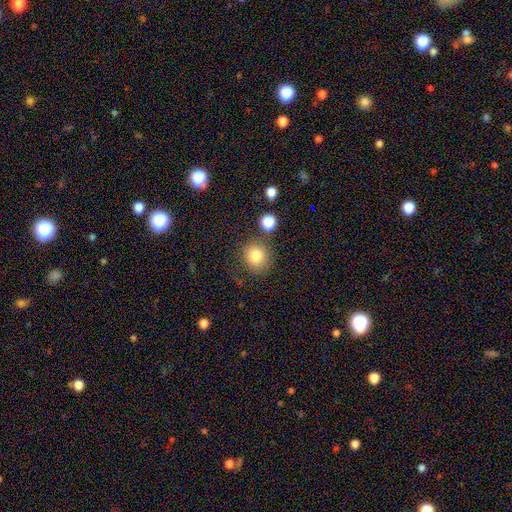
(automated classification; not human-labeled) The model was most divided on "merging": none: 76%, minor disturbance: 13%, merger: 6%, major disturbance: 5%. More confident: how rounded — round (86%); smooth or featured — smooth (82%).